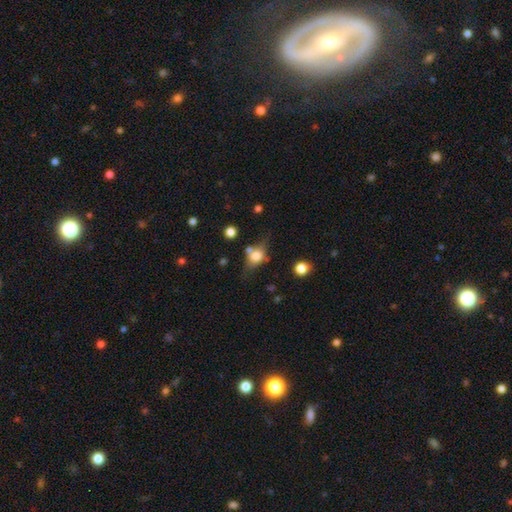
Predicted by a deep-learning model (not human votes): This appears to be a smooth galaxy with no disk features (64%) that is in between round and cigar-shaped (54%). Merging: none (57%).